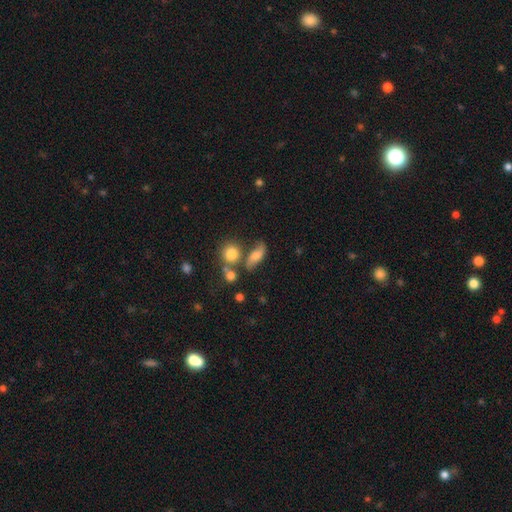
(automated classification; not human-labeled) smooth_or_featured: smooth (p=0.59) [alt: featured or disk p=0.30]
how_rounded: in between (p=0.64) [alt: cigar-shaped p=0.19]
merging: none (p=0.52) [alt: minor disturbance p=0.21]